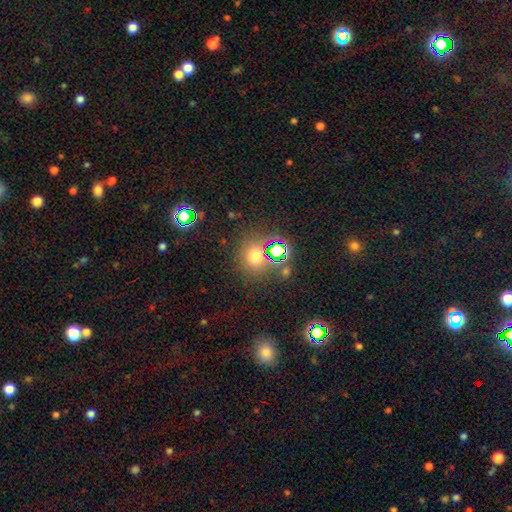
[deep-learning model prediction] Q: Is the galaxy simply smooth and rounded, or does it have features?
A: smooth — 59%.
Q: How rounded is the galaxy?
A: round — 83%.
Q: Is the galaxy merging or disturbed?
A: none — 72%.